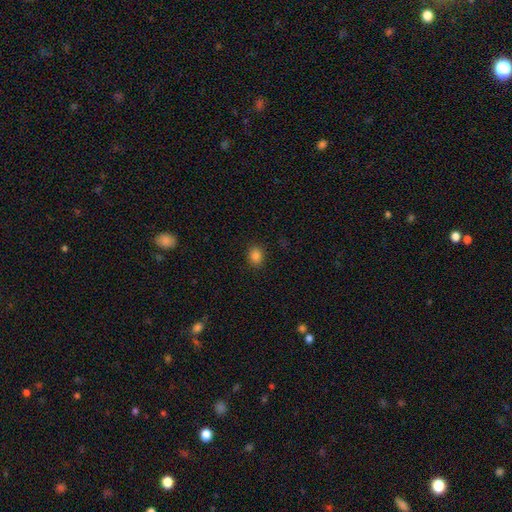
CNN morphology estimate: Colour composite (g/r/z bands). It shows a smooth galaxy with no disk features (84%) that is round (51%). Merging: none (89%).